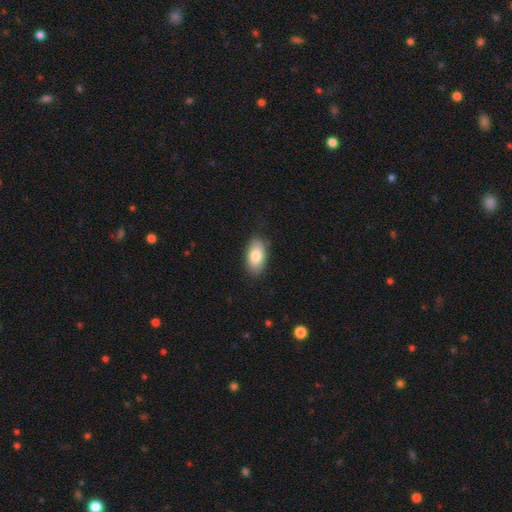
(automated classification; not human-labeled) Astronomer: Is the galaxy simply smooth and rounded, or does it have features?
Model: smooth — 82%.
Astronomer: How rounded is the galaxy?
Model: in between — 93%.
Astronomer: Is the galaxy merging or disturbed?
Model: none — 84%.